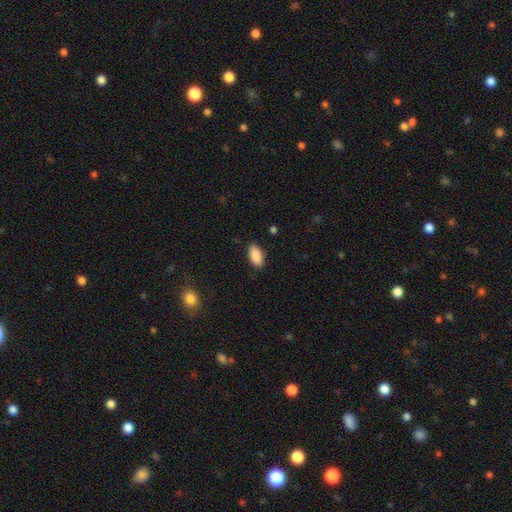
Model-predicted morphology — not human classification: A smooth galaxy with no disk features (89%) that is in between round and cigar-shaped (92%). Merging: none (86%).